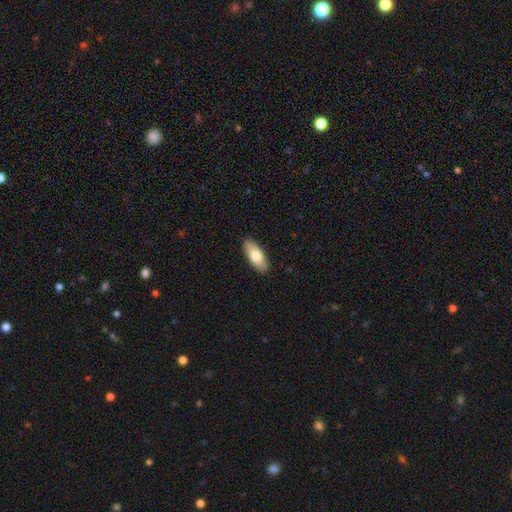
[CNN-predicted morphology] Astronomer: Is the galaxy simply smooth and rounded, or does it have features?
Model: smooth — 77%.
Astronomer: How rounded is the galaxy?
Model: in between — 80%.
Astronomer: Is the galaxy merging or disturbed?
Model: none — 90%.